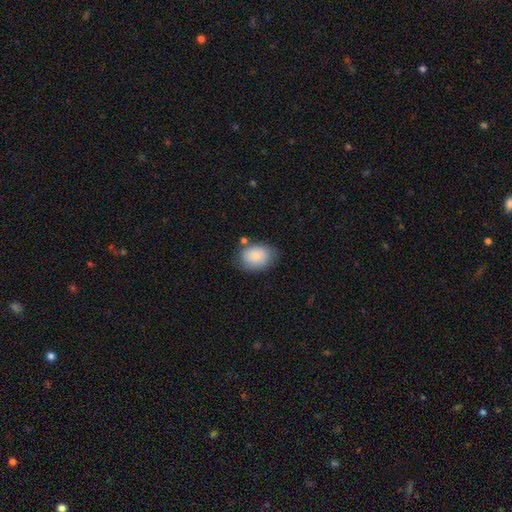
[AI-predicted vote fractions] A smooth galaxy with no disk features (86%) that is in between round and cigar-shaped (66%). Merging: none (72%).